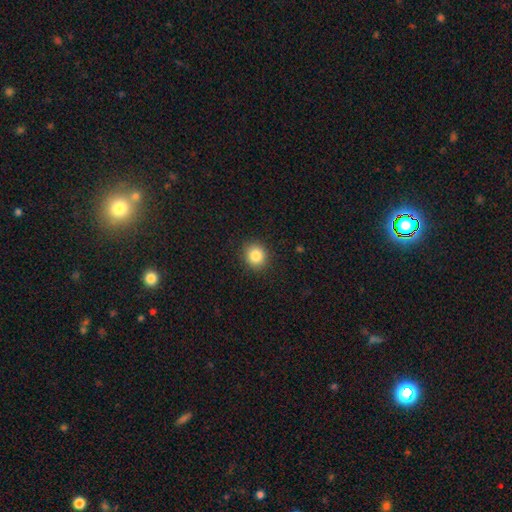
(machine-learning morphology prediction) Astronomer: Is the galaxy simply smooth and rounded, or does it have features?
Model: smooth — 85%.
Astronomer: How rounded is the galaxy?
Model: round — 81%.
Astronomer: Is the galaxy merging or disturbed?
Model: none — 90%.